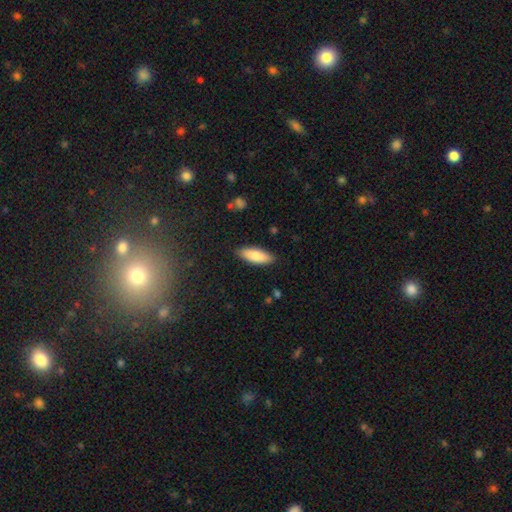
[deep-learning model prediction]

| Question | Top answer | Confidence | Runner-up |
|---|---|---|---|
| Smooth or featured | smooth | 84% | featured or disk (10%) |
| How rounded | in between | 66% | cigar-shaped (33%) |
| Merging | none | 87% | minor disturbance (10%) |